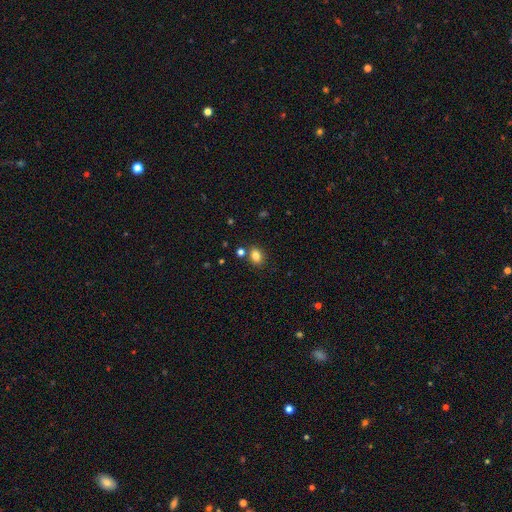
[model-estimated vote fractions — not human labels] A smooth galaxy with no disk features (81%) that is in between round and cigar-shaped (55%). Merging: none (76%).